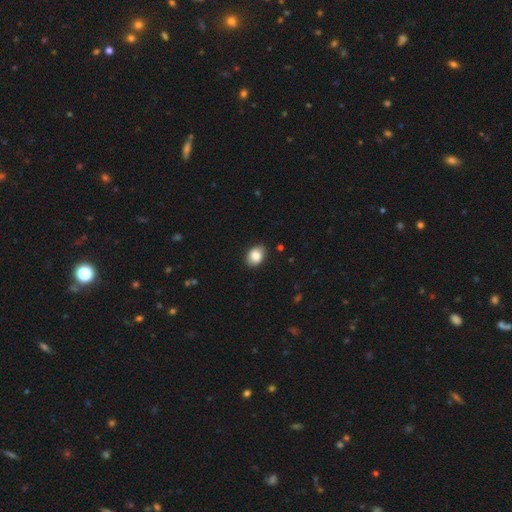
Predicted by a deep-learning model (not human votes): Smooth or featured? Predicted: smooth (p=0.86). How rounded? Predicted: in between (p=0.76). Merging? Predicted: none (p=0.84).